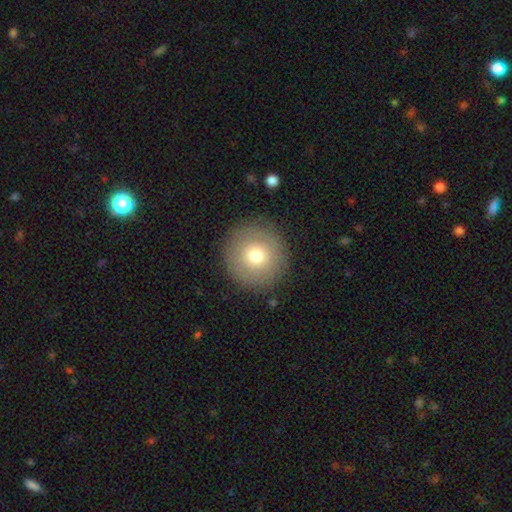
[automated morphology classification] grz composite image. It shows a smooth galaxy with no disk features (73%) that is round (95%). Merging: none (89%).